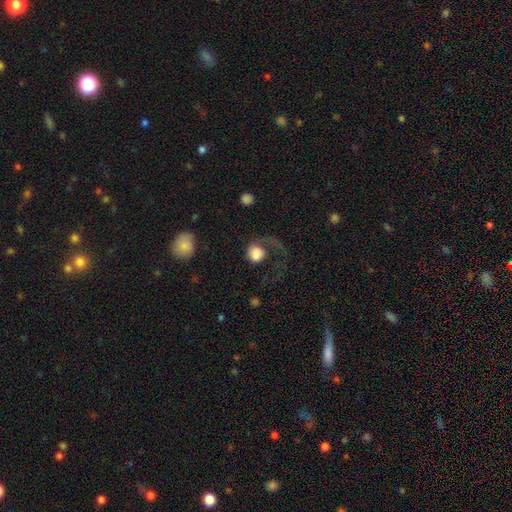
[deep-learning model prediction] Smooth or featured?
  - smooth: 66% *
  - featured or disk: 25%
  - star or artifact: 9%
How rounded?
  - round: 73% *
  - in between: 26%
  - cigar-shaped: 1%
Merging?
  - major disturbance: 58% *
  - none: 25%
  - minor disturbance: 12%
  - merger: 5%